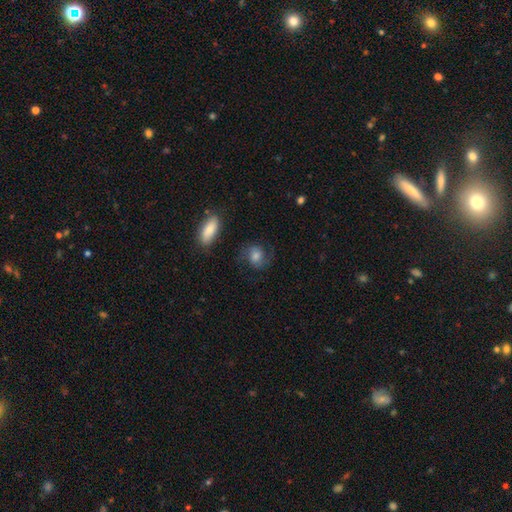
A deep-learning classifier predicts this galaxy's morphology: Q: Smooth or featured?
A: featured or disk (53%); runner-up: smooth (35%)
Q: Edge-on disk?
A: no (96%); runner-up: yes (4%)
Q: Bar?
A: no (60%); runner-up: weak (32%)
Q: Spiral arms?
A: yes (91%); runner-up: no (9%)
Q: Bulge size?
A: moderate (50%); runner-up: small (24%)
Q: Merging?
A: none (72%); runner-up: minor disturbance (17%)